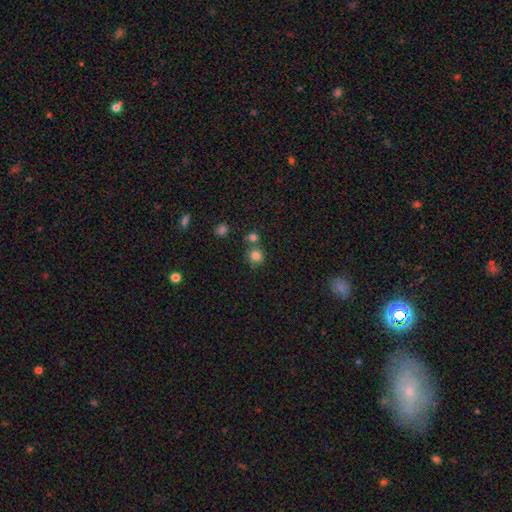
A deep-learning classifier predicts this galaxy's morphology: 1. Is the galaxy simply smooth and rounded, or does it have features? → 81% smooth, 13% star or artifact, 6% featured or disk.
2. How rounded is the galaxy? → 87% round, 12% in between, 1% cigar-shaped.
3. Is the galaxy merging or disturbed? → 65% none, 21% merger, 10% minor disturbance, 4% major disturbance.